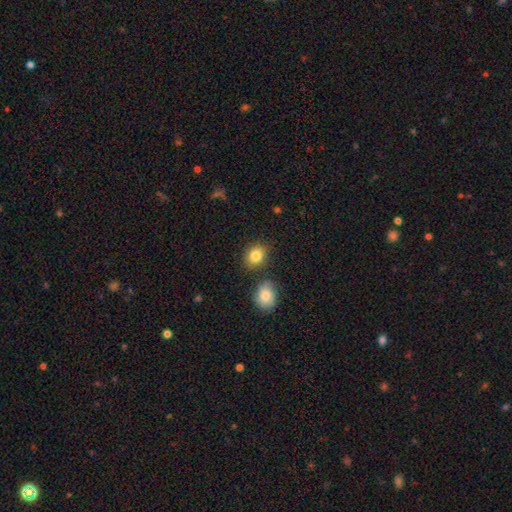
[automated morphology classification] smooth-or-featured: smooth: 85% | star or artifact: 9% | featured or disk: 6%
  how-rounded: round: 51% | in between: 48% | cigar-shaped: 1%
  merging: none: 79% | minor disturbance: 11% | merger: 7% | major disturbance: 3%